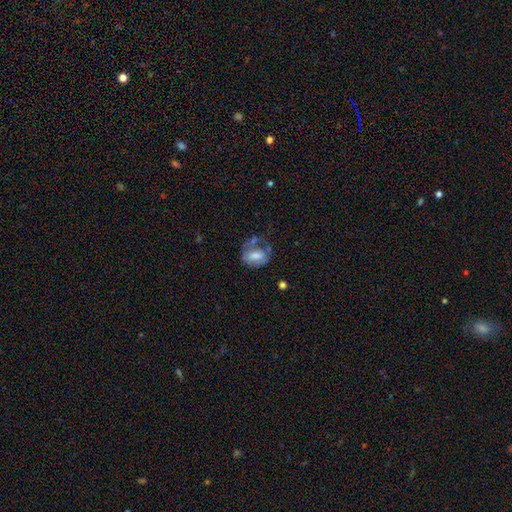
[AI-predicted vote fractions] Smooth or featured?
  - smooth: 57% *
  - featured or disk: 34%
  - star or artifact: 9%
How rounded?
  - in between: 70% *
  - round: 28%
  - cigar-shaped: 2%
Merging?
  - none: 36% *
  - major disturbance: 28%
  - minor disturbance: 26%
  - merger: 10%